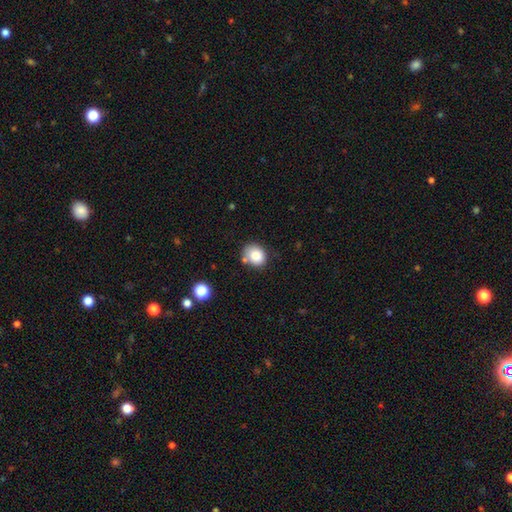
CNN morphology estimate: The model was most divided on "how rounded": round: 61%, in between: 39%, cigar-shaped: 1%. More confident: smooth or featured — smooth (83%); merging — none (69%).